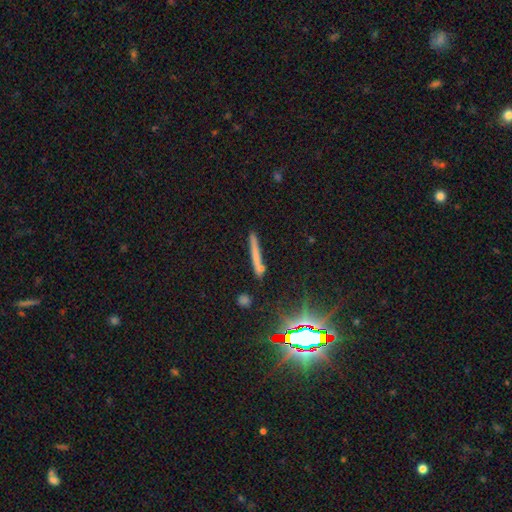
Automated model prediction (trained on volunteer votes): Smooth or featured? smooth (60%)
How rounded? cigar-shaped (95%)
Merging? none (76%)